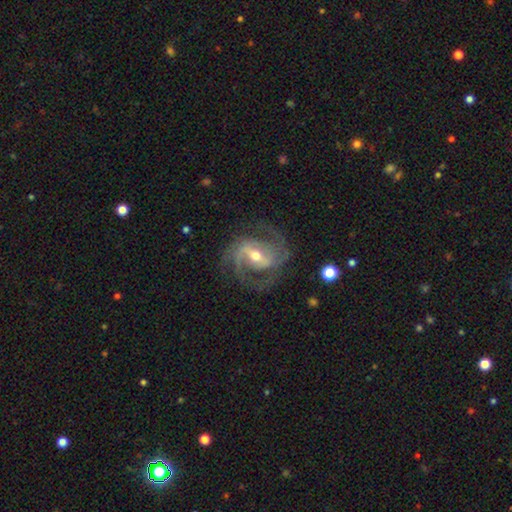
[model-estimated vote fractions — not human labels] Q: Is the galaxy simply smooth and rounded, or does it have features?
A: featured or disk — 90%.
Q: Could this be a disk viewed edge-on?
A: no — 97%.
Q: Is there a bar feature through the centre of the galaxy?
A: strong — 43%.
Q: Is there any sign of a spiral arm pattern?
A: yes — 97%.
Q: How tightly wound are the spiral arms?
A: medium — 55%.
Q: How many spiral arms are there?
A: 2 — 69%.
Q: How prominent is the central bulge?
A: moderate — 67%.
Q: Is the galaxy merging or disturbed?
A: none — 71%.